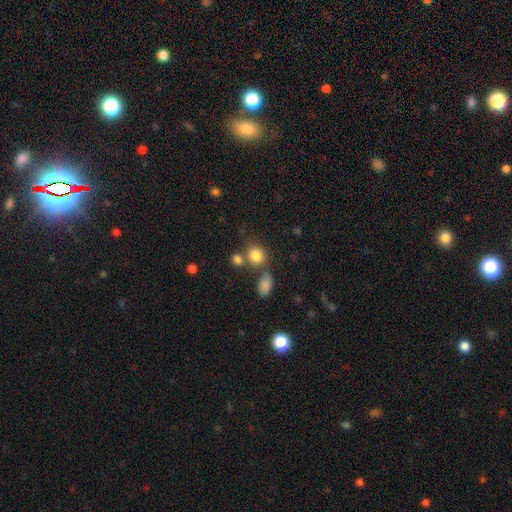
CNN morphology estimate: Smooth or featured? smooth (82%)
How rounded? round (72%)
Merging? none (57%)